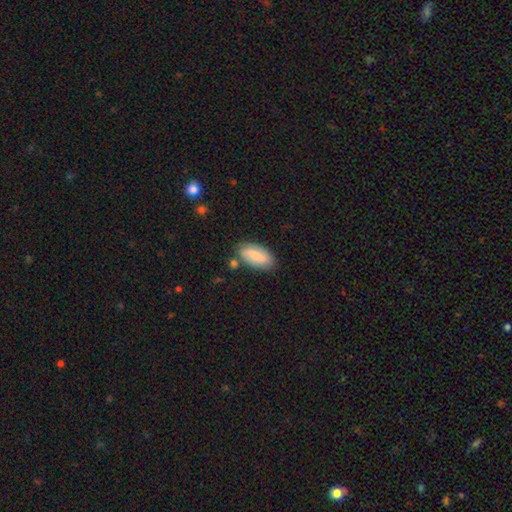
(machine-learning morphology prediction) Smooth or featured: smooth — 61% (featured or disk — 33%)
How rounded: in between — 86% (cigar-shaped — 11%)
Merging: none — 78% (minor disturbance — 14%)